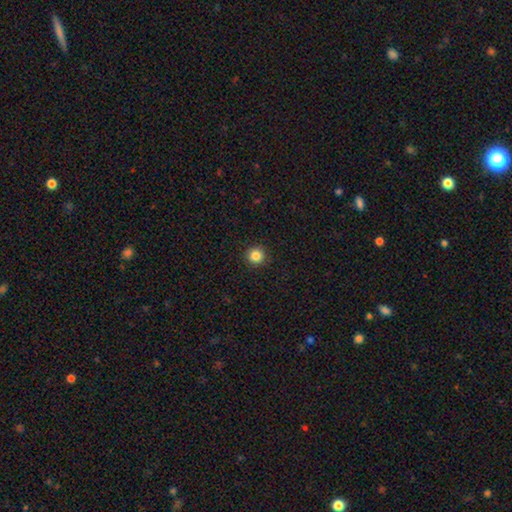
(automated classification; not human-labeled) The model was most divided on "smooth or featured": smooth: 84%, star or artifact: 11%, featured or disk: 4%. More confident: how rounded — round (95%); merging — none (93%).